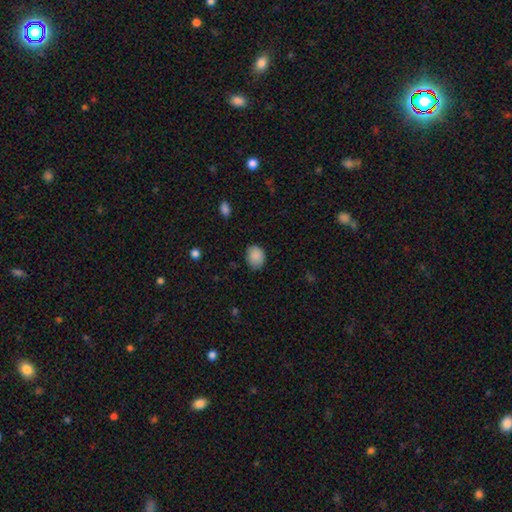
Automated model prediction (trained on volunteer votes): Overall: smooth (89%). How rounded: in between (53%; round 46%). Merging: none (78%).